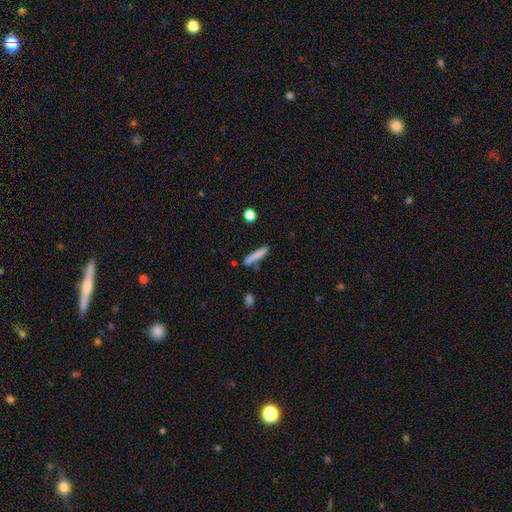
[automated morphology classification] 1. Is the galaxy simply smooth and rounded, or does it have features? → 77% smooth, 15% featured or disk, 7% star or artifact.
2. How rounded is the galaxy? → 91% cigar-shaped, 7% in between, 2% round.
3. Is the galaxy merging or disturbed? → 76% none, 14% minor disturbance, 7% merger, 3% major disturbance.